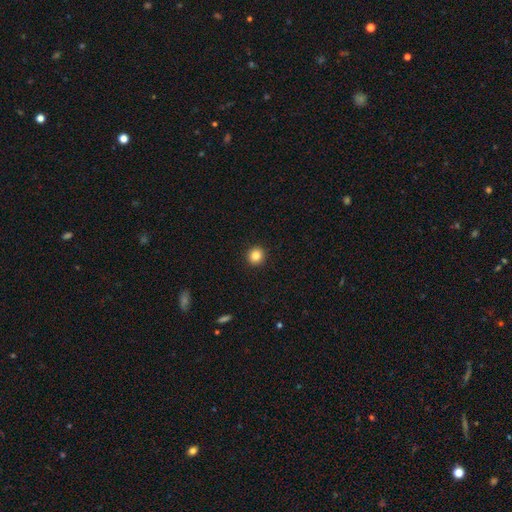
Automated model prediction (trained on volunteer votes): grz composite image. It shows a smooth galaxy with no disk features (84%) that is round (93%). Merging: none (93%).